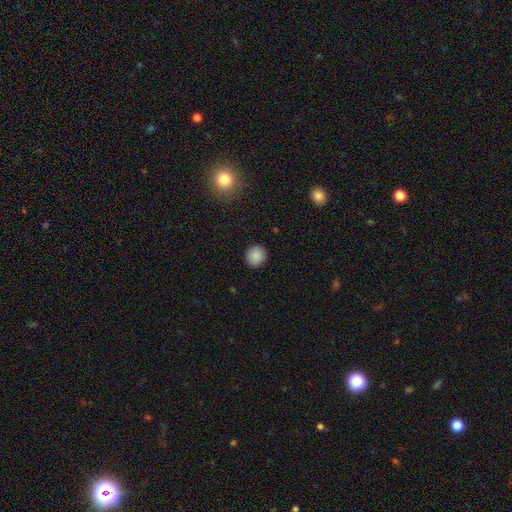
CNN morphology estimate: The model was most divided on "how rounded": round: 89%, in between: 11%, cigar-shaped: 1%. More confident: merging — none (92%); smooth or featured — smooth (88%).